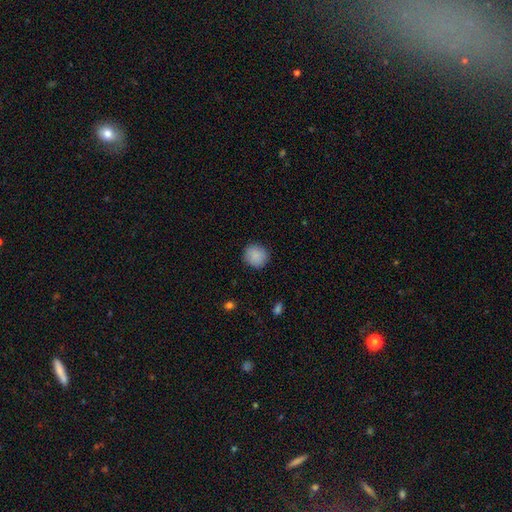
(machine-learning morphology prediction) This appears to be a smooth galaxy with no disk features (89%) that is round (90%). Merging: none (89%).